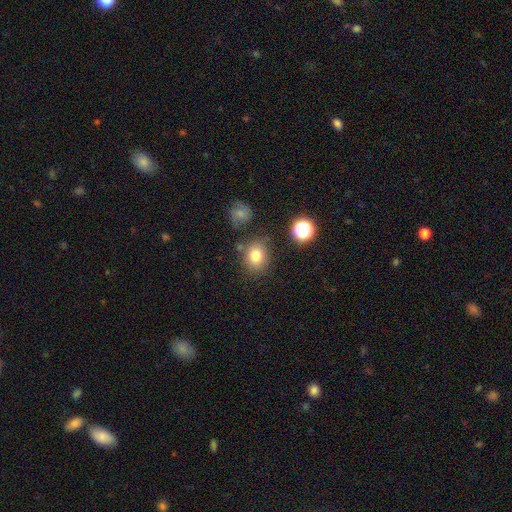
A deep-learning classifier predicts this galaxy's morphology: This is likely a smooth galaxy (77%). How rounded: possibly round (58%). Merging: likely none (75%).